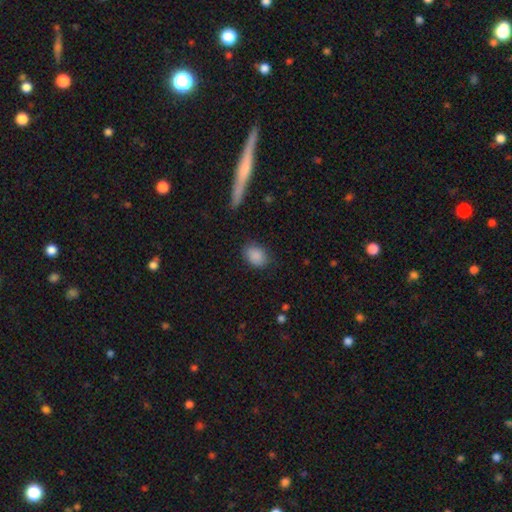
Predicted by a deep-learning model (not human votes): smooth 87%, star or artifact 8%, featured or disk 4%. Down the decision tree: how rounded — in between (72%); merging — none (80%).